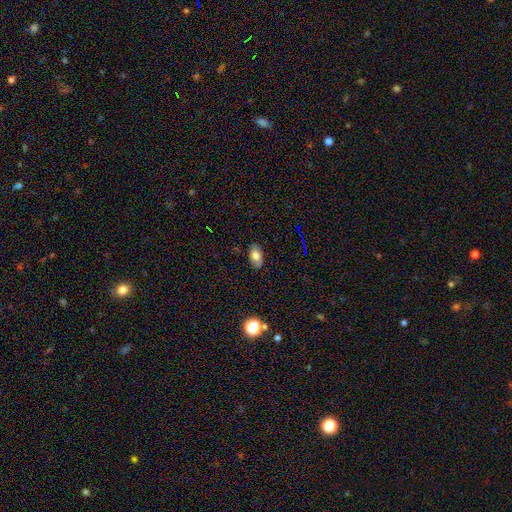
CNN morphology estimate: This is likely a smooth galaxy (77%). How rounded: clearly in between (92%). Merging: clearly none (84%).